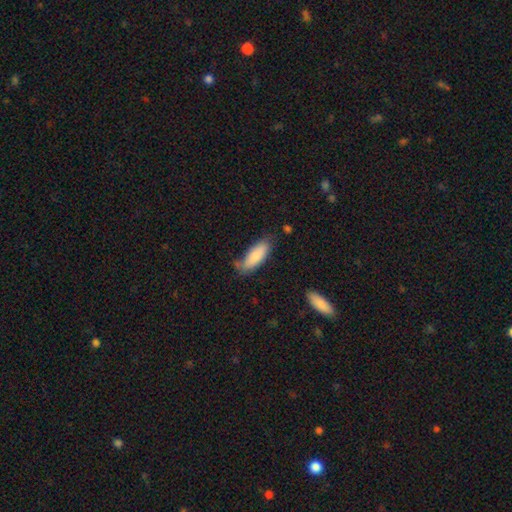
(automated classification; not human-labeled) This is clearly a smooth galaxy (85%). How rounded: likely in between (72%). Merging: likely none (61%).